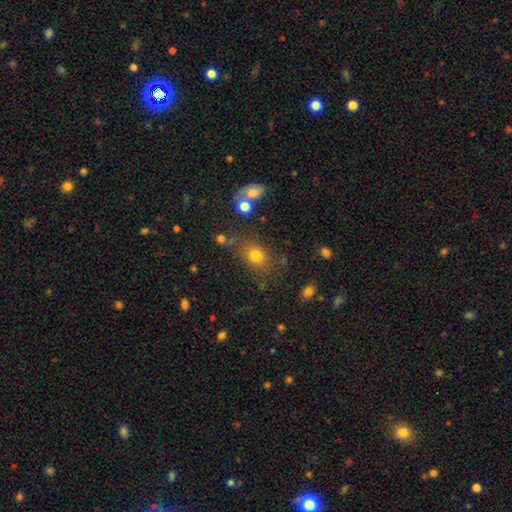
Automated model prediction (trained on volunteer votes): smooth-or-featured: smooth: 76% | star or artifact: 15% | featured or disk: 9%
  how-rounded: in between: 53% | round: 45% | cigar-shaped: 2%
  merging: none: 71% | minor disturbance: 15% | merger: 8% | major disturbance: 7%